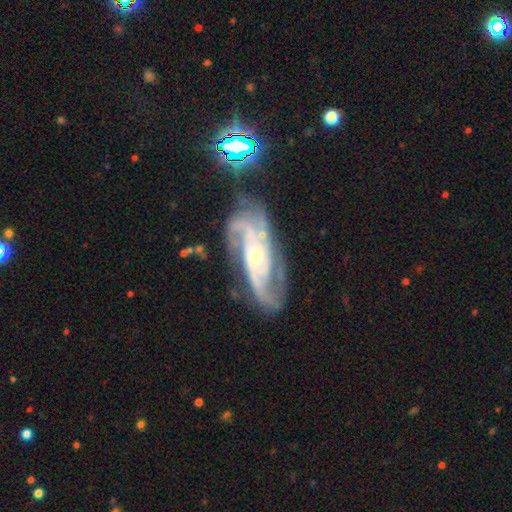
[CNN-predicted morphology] The model was most divided on "spiral winding": tight: 46%, medium: 44%, loose: 11%. Remaining: spiral arms — yes (97%); edge-on disk — no (94%); smooth or featured — featured or disk (88%); merging — none (68%); bulge size — small (67%); bar — no (60%); spiral arm count — 2 (37%).